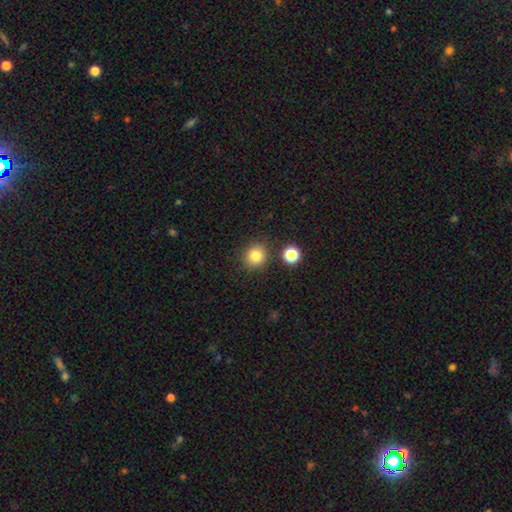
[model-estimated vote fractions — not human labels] Overall: smooth (83%). How rounded: round (88%). Merging: none (84%).